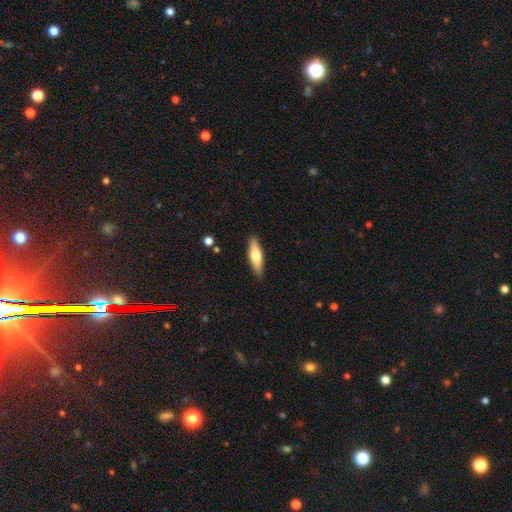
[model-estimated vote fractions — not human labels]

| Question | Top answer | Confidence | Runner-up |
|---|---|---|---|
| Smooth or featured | smooth | 64% | featured or disk (31%) |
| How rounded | cigar-shaped | 59% | in between (39%) |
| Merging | none | 89% | minor disturbance (8%) |